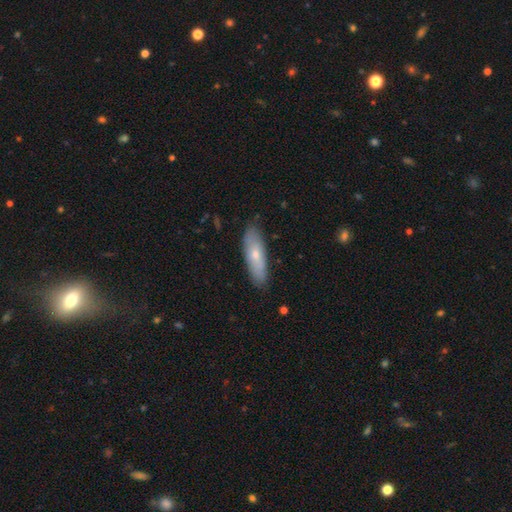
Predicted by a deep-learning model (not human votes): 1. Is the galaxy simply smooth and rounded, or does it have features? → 64% smooth, 30% featured or disk, 6% star or artifact.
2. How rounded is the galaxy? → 51% cigar-shaped, 47% in between, 2% round.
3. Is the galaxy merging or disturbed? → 84% none, 13% minor disturbance, 2% major disturbance, 1% merger.